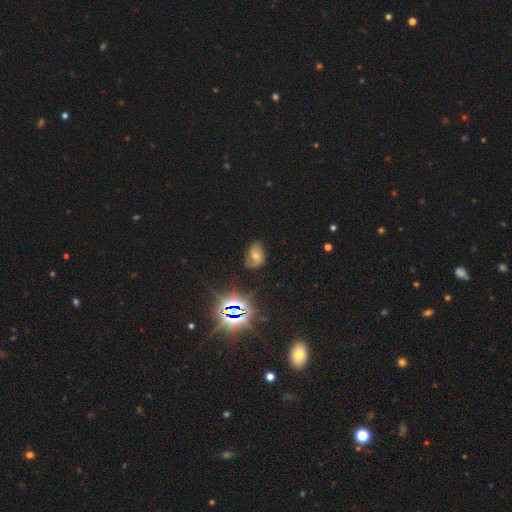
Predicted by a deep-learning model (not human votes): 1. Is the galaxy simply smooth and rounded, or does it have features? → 42% star or artifact, 38% featured or disk, 20% smooth.